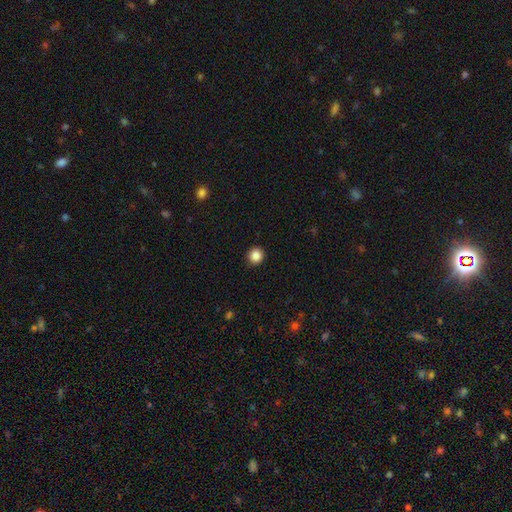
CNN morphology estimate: smooth 87%, star or artifact 10%, featured or disk 3%. Down the decision tree: how rounded — round (94%); merging — none (93%).